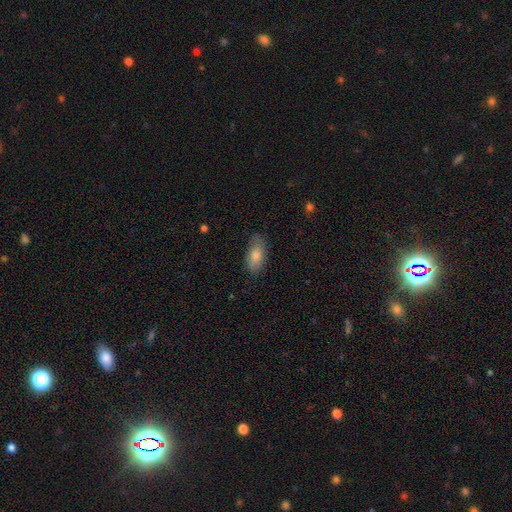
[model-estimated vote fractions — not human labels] Overall: smooth (81%). How rounded: in between (90%). Merging: none (80%).